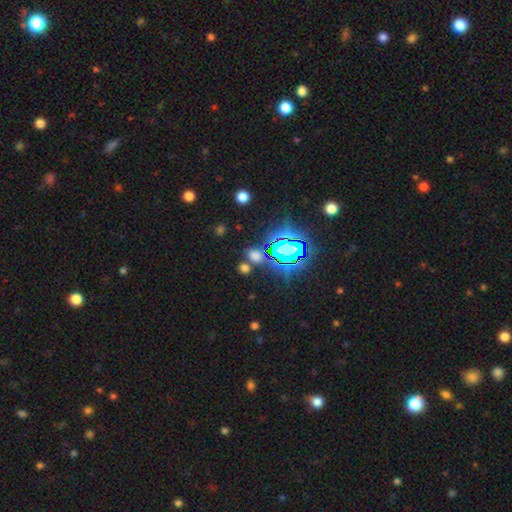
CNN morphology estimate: smooth-or-featured: smooth: 51% | star or artifact: 42% | featured or disk: 7%
  how-rounded: round: 55% | in between: 42% | cigar-shaped: 3%
  merging: none: 72% | merger: 14% | minor disturbance: 9% | major disturbance: 4%